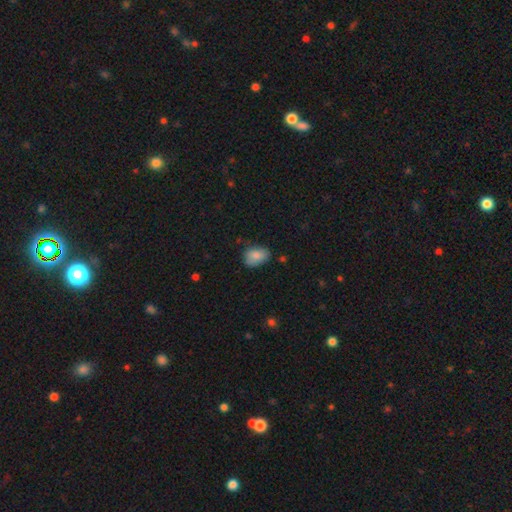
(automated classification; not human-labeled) A smooth galaxy with no disk features (83%) that is in between round and cigar-shaped (77%).

Vote fractions:
- Smooth or featured? smooth: 83% / featured or disk: 9% / star or artifact: 8%
- How rounded? in between: 77% / round: 22% / cigar-shaped: 1%
- Merging? none: 66% / minor disturbance: 27% / major disturbance: 5% / merger: 2%